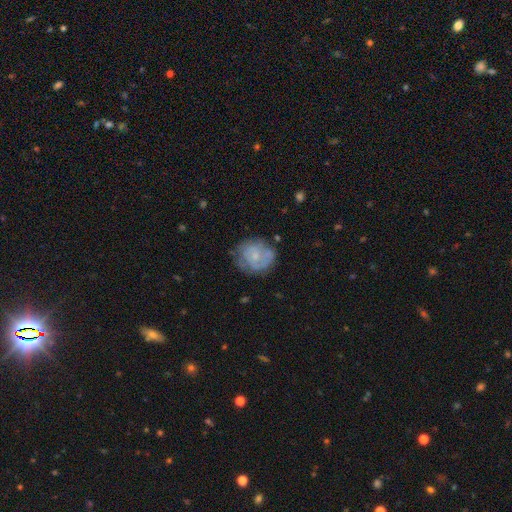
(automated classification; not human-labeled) Smooth or featured? featured or disk (56%)
Edge-on disk? no (98%)
Bar? no (68%)
Spiral arms? yes (75%)
Bulge size? small (58%)
Merging? none (66%)